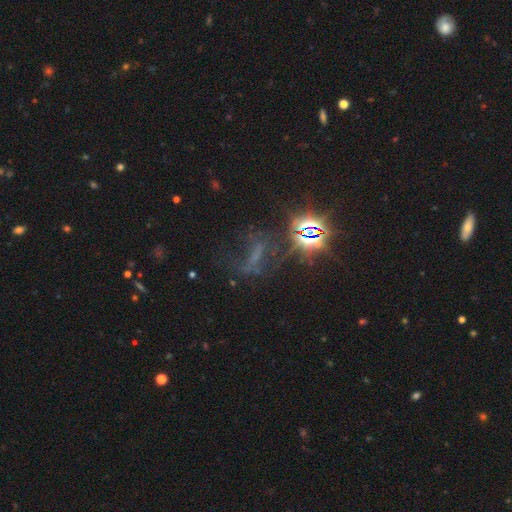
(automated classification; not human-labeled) star or artifact 50%, featured or disk 30%, smooth 20%.